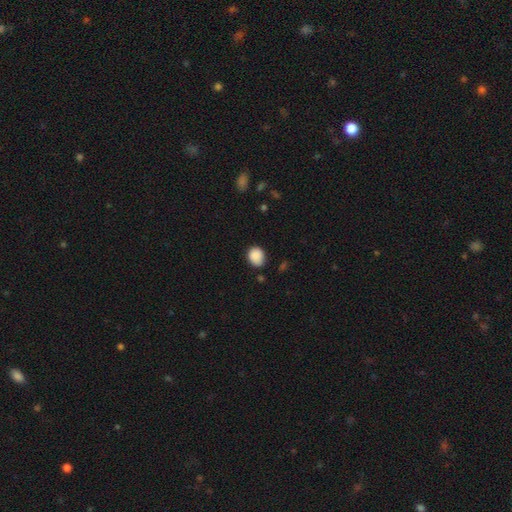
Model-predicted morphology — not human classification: Smooth or featured: smooth — 88% (star or artifact — 8%)
How rounded: round — 56% (in between — 43%)
Merging: none — 75% (minor disturbance — 20%)